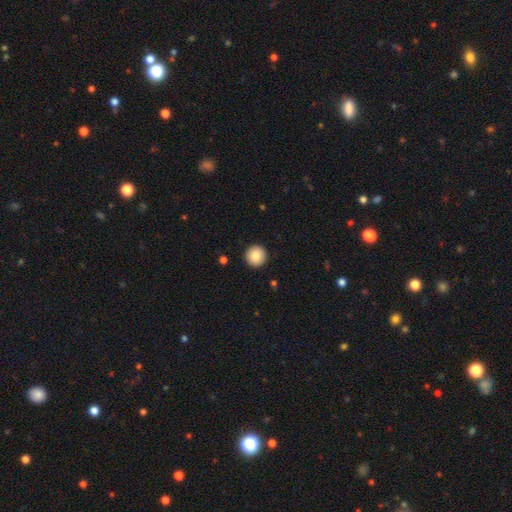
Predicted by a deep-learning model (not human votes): Morphology: type=smooth (86%); roundness=round (96%); merging=none (93%).